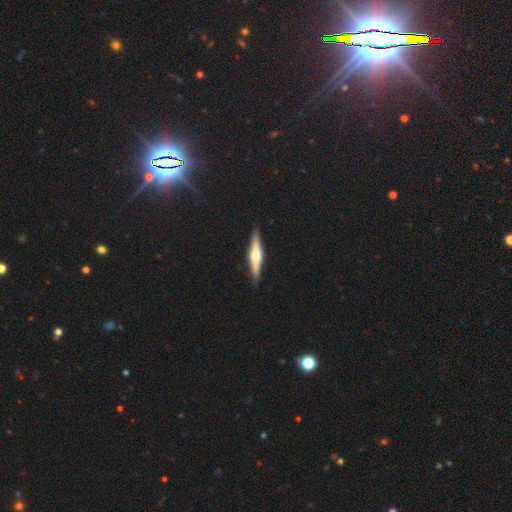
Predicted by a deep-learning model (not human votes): Overall: featured or disk (69%). Edge-on disk: yes (97%). Edge-on bulge: rounded (93%). Merging: none (90%).